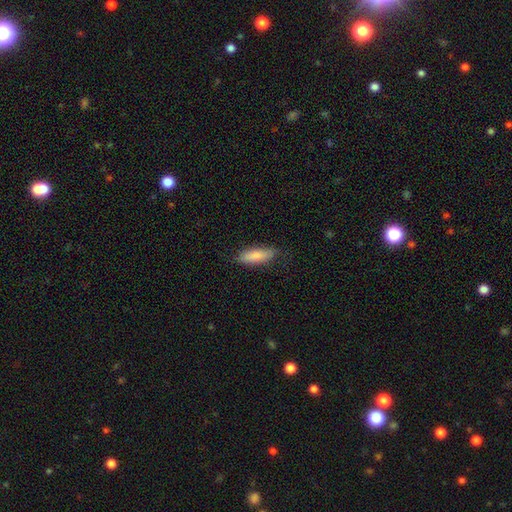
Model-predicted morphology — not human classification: A smooth galaxy with no disk features (84%) that is in between round and cigar-shaped (59%).

Vote fractions:
- Smooth or featured? smooth: 84% / featured or disk: 10% / star or artifact: 6%
- How rounded? in between: 59% / cigar-shaped: 39% / round: 2%
- Merging? none: 79% / minor disturbance: 16% / major disturbance: 3% / merger: 1%